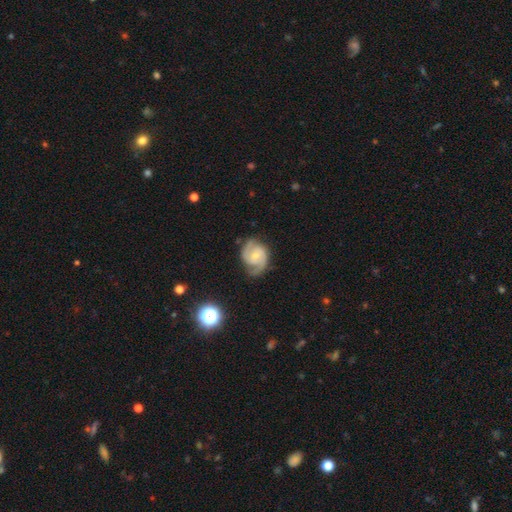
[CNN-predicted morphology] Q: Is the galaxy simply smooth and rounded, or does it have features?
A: featured or disk — 83%.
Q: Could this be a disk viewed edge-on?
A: no — 98%.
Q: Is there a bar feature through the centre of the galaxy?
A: no — 51%.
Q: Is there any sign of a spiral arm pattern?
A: yes — 96%.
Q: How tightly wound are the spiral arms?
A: medium — 52%.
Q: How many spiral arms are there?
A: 2 — 87%.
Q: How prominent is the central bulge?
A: small — 58%.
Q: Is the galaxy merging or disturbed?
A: none — 72%.